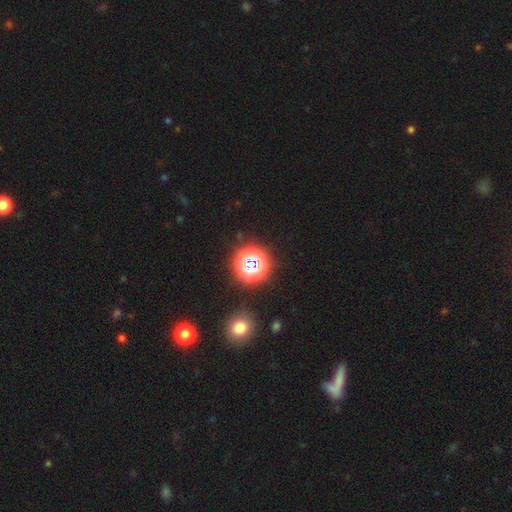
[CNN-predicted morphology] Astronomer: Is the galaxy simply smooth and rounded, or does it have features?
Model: star or artifact — 71%.